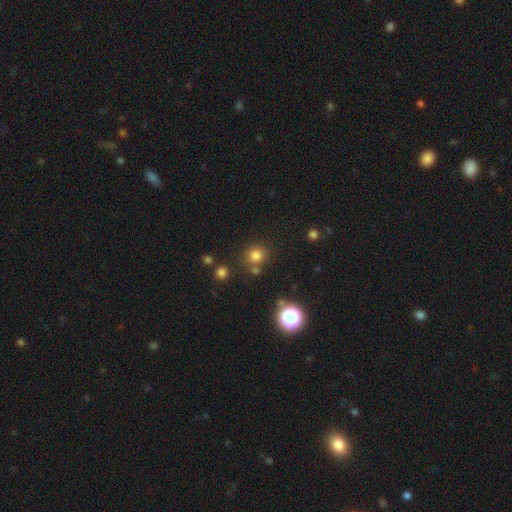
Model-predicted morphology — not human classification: This is likely a smooth galaxy (76%). How rounded: clearly round (86%). Merging: likely none (76%).